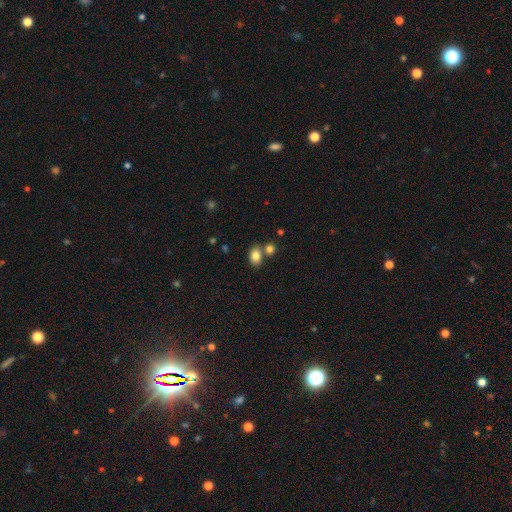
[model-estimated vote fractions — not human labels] smooth-or-featured: smooth: 83% | star or artifact: 10% | featured or disk: 8%
  how-rounded: in between: 72% | round: 27% | cigar-shaped: 1%
  merging: none: 62% | merger: 24% | minor disturbance: 11% | major disturbance: 3%